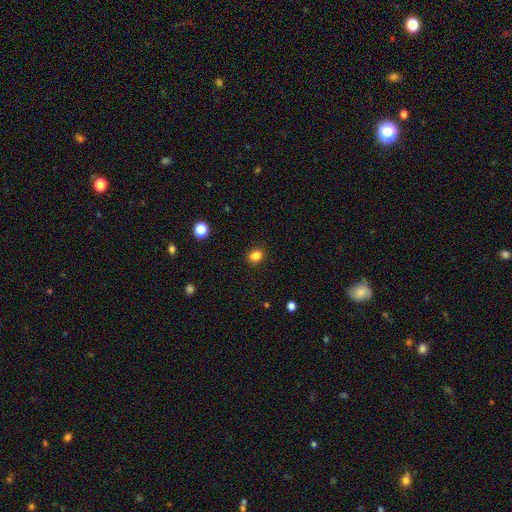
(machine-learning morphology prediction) Smooth or featured? Predicted: smooth (p=0.84). How rounded? Predicted: round (p=0.55). Merging? Predicted: none (p=0.88).